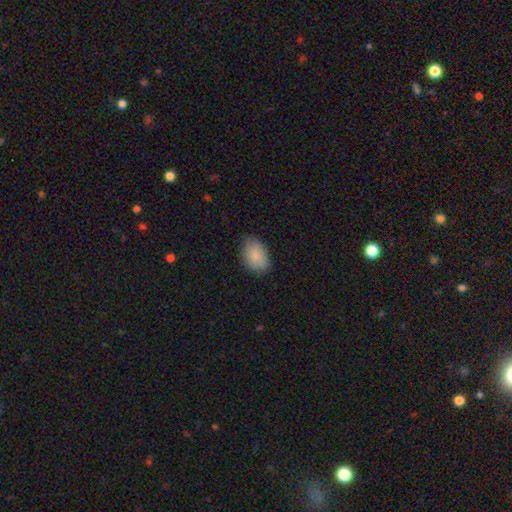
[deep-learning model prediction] A smooth galaxy with no disk features (88%) that is in between round and cigar-shaped (85%).

Vote fractions:
- Smooth or featured? smooth: 88% / star or artifact: 7% / featured or disk: 6%
- How rounded? in between: 85% / round: 14% / cigar-shaped: 1%
- Merging? none: 79% / minor disturbance: 17% / major disturbance: 3% / merger: 1%